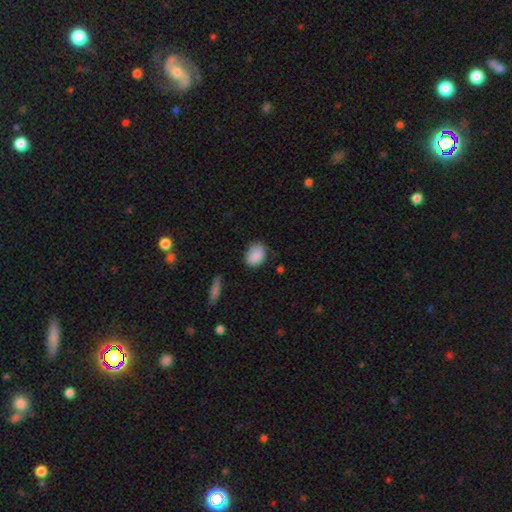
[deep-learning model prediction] A smooth galaxy with no disk features (87%) that is in between round and cigar-shaped (68%).

Vote fractions:
- Smooth or featured? smooth: 87% / star or artifact: 7% / featured or disk: 5%
- How rounded? in between: 68% / round: 30% / cigar-shaped: 1%
- Merging? none: 69% / minor disturbance: 24% / major disturbance: 5% / merger: 2%